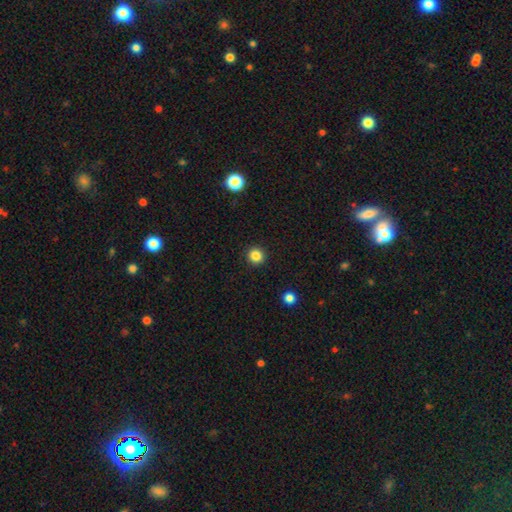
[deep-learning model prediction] Smooth or featured: smooth — 84% (star or artifact — 12%)
How rounded: round — 94% (in between — 5%)
Merging: none — 93% (minor disturbance — 4%)